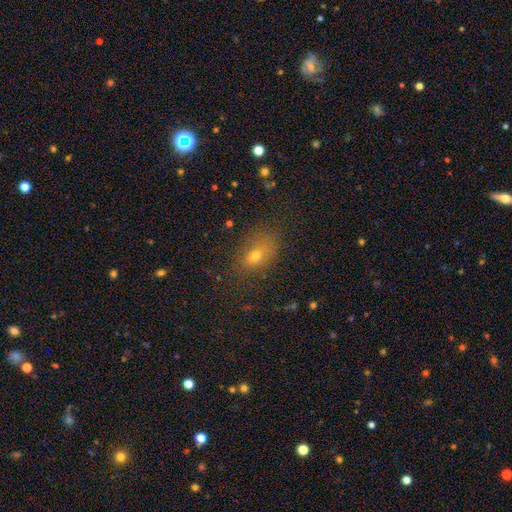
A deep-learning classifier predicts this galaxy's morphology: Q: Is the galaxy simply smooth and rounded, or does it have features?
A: smooth — 67%.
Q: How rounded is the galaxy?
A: in between — 71%.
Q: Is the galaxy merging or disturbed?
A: none — 70%.